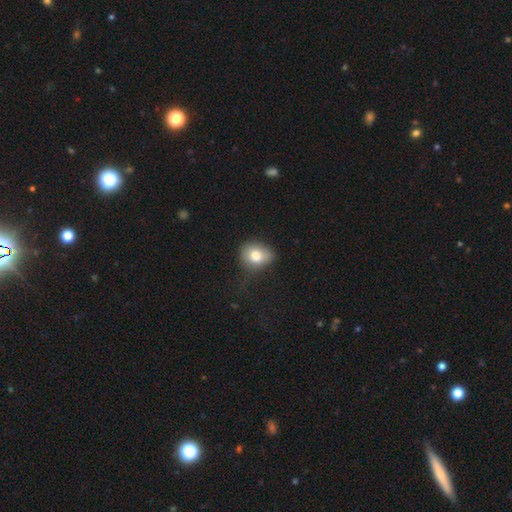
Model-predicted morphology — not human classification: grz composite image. It shows a smooth galaxy with no disk features (78%) that is round (52%). Merging: none (51%).